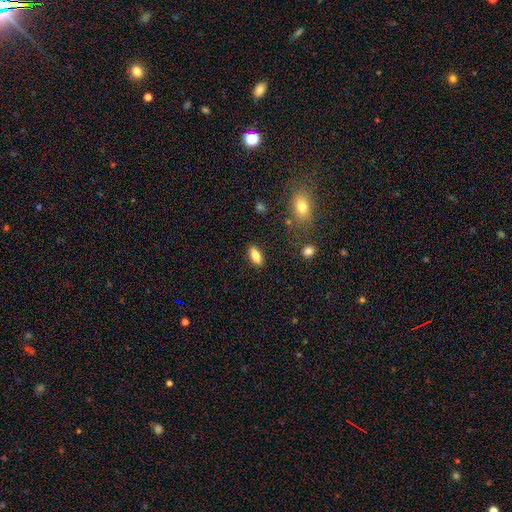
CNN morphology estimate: The model was most divided on "how rounded": in between: 83%, cigar-shaped: 14%, round: 3%. More confident: merging — none (87%); smooth or featured — smooth (81%).